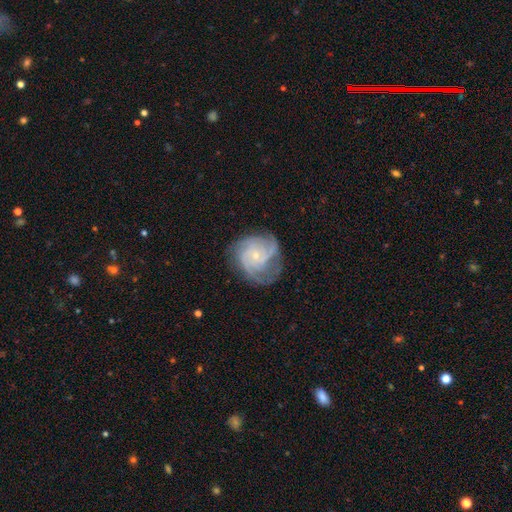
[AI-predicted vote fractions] smooth_or_featured: featured or disk (p=0.84) [alt: smooth p=0.09]
disk_edge_on: no (p=0.98) [alt: yes p=0.02]
bar: no (p=0.75) [alt: weak p=0.21]
has_spiral_arms: yes (p=0.96) [alt: no p=0.04]
spiral_winding: tight (p=0.54) [alt: medium p=0.37]
spiral_arm_count: 3 (p=0.39) [alt: 4 p=0.21]
bulge_size: small (p=0.79) [alt: moderate p=0.17]
merging: none (p=0.65) [alt: minor disturbance p=0.21]